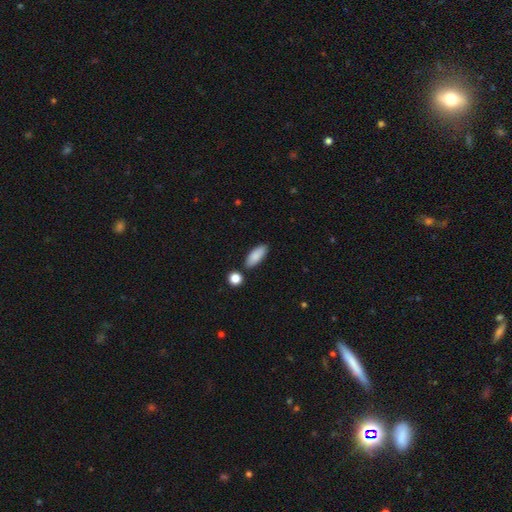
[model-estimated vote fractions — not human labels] This appears to be a smooth galaxy with no disk features (87%) that is in between round and cigar-shaped (79%). Merging: none (83%).